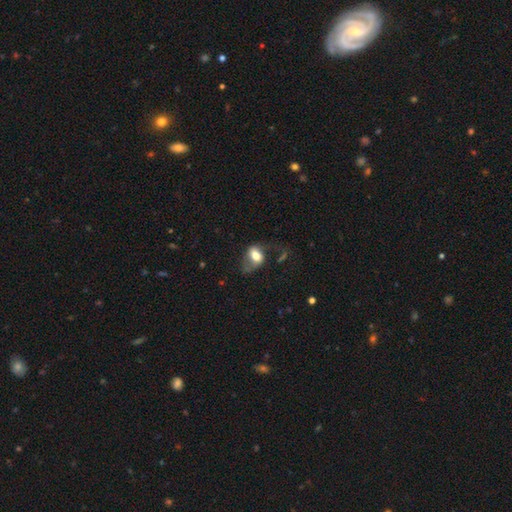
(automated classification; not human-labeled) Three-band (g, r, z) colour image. It shows a smooth galaxy with no disk features (54%) that is in between round and cigar-shaped (79%). Merging: none (38%).